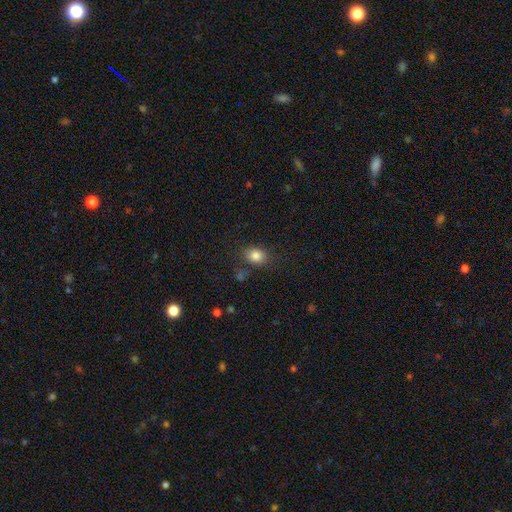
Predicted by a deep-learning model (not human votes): Smooth or featured?
  - smooth: 83% *
  - star or artifact: 10%
  - featured or disk: 6%
How rounded?
  - in between: 59% *
  - round: 40%
  - cigar-shaped: 1%
Merging?
  - none: 80% *
  - minor disturbance: 12%
  - major disturbance: 4%
  - merger: 4%